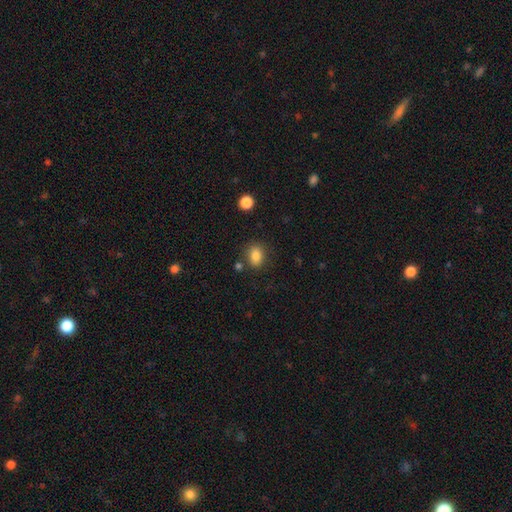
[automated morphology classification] The model was most divided on "how rounded": in between: 67%, round: 32%, cigar-shaped: 1%. More confident: smooth or featured — smooth (84%); merging — none (78%).